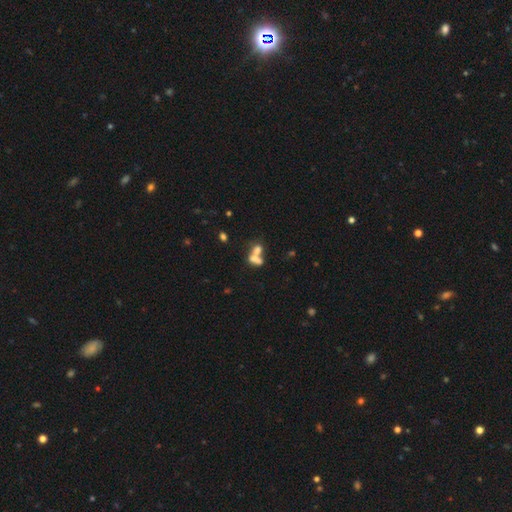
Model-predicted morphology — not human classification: Smooth or featured? Predicted: smooth (p=0.64). How rounded? Predicted: in between (p=0.68). Merging? Predicted: merger (p=0.63).